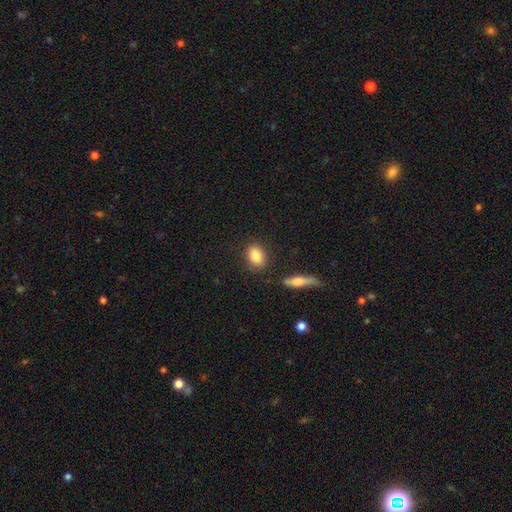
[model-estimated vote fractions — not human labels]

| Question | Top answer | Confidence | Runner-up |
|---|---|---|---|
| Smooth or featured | smooth | 86% | star or artifact (7%) |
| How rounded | in between | 78% | round (19%) |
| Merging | none | 82% | minor disturbance (11%) |